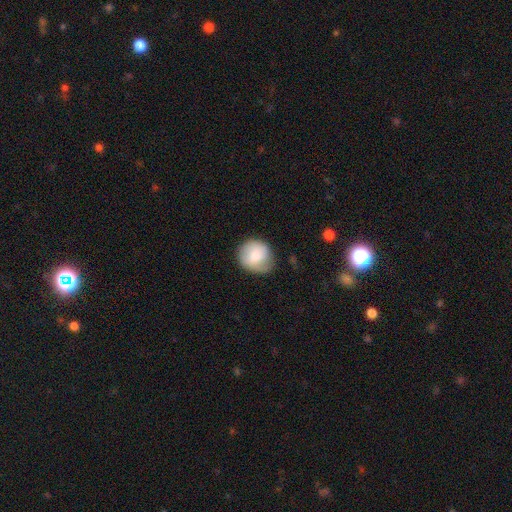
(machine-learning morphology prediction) The model was most divided on "merging": none: 68%, minor disturbance: 24%, major disturbance: 7%, merger: 1%. More confident: how rounded — round (85%); smooth or featured — smooth (71%).